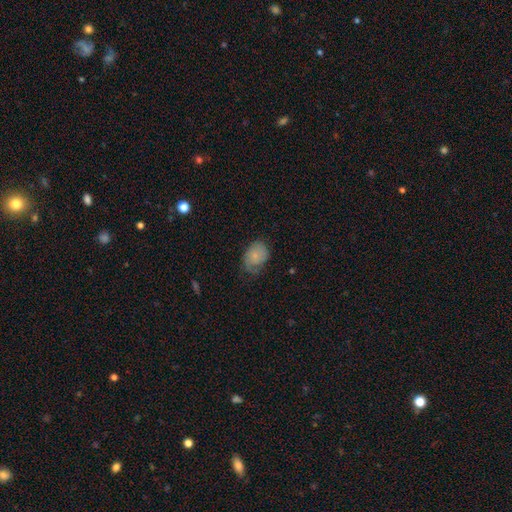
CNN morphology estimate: Smooth or featured: smooth — 68% (featured or disk — 25%)
How rounded: in between — 68% (round — 31%)
Merging: none — 44% (minor disturbance — 36%)